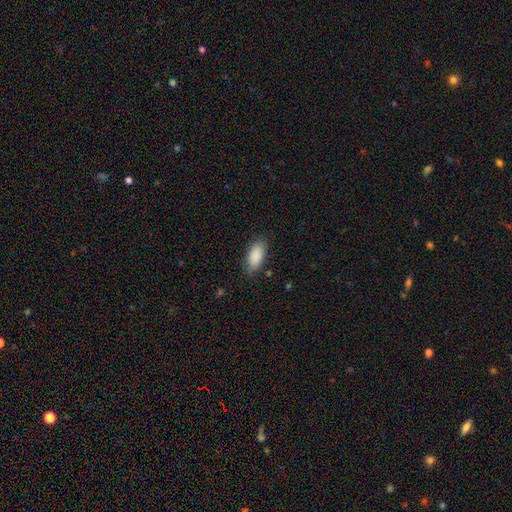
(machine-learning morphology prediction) Smooth or featured? smooth (89%)
How rounded? in between (91%)
Merging? none (81%)